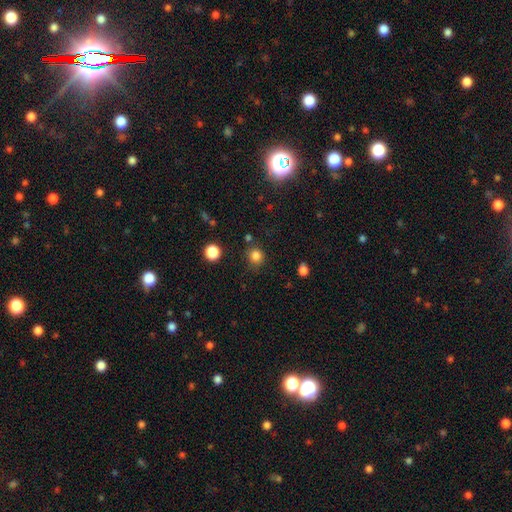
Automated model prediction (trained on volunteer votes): A smooth galaxy with no disk features (82%) that is round (85%).

Vote fractions:
- Smooth or featured? smooth: 82% / star or artifact: 14% / featured or disk: 5%
- How rounded? round: 85% / in between: 14% / cigar-shaped: 1%
- Merging? none: 80% / minor disturbance: 12% / merger: 5% / major disturbance: 4%